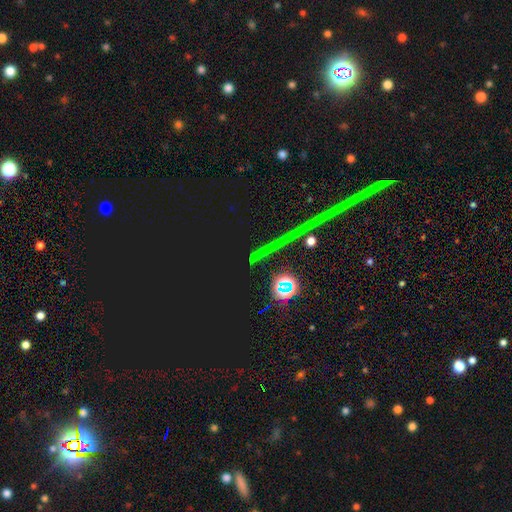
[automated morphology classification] type=star or artifact (80%).